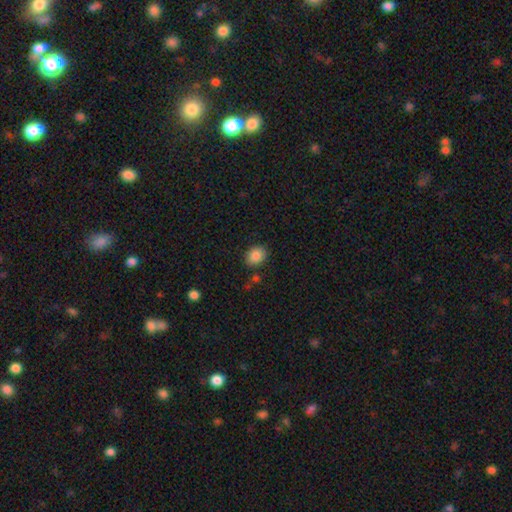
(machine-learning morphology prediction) Overall: smooth (87%). How rounded: in between (58%; round 41%). Merging: none (84%).